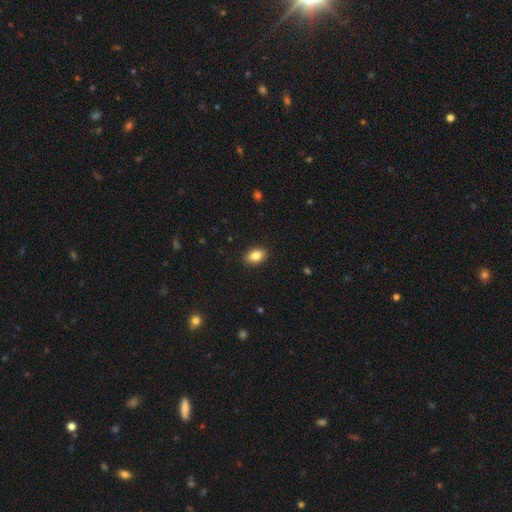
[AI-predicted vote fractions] Smooth or featured: smooth — 85% (star or artifact — 8%)
How rounded: in between — 86% (round — 12%)
Merging: none — 89% (minor disturbance — 8%)